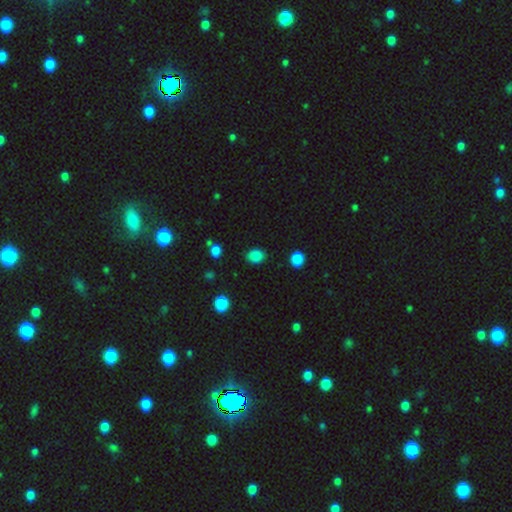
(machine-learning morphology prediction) type=smooth (86%); roundness=in between (53%); merging=none (83%).